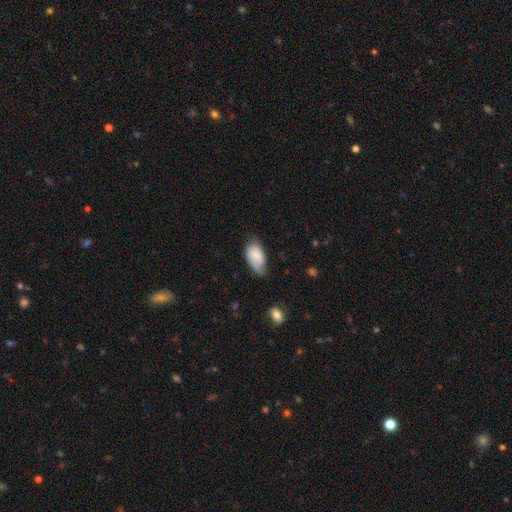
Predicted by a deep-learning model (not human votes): This is likely a smooth galaxy (75%). How rounded: clearly in between (94%). Merging: possibly none (45%).